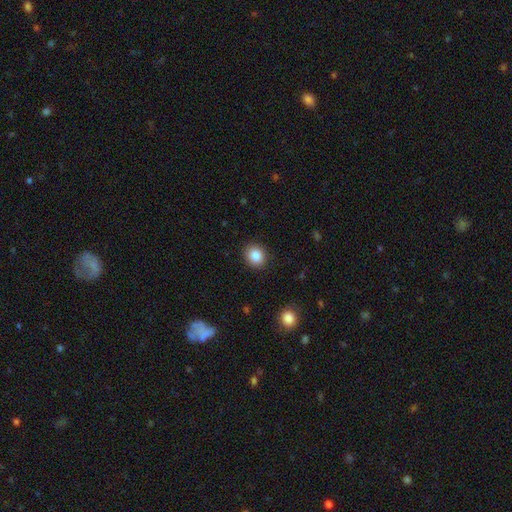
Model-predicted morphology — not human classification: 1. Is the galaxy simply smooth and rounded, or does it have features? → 84% smooth, 10% star or artifact, 6% featured or disk.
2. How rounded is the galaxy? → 76% round, 23% in between, 1% cigar-shaped.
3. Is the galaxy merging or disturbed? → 91% none, 6% minor disturbance, 2% major disturbance, 1% merger.